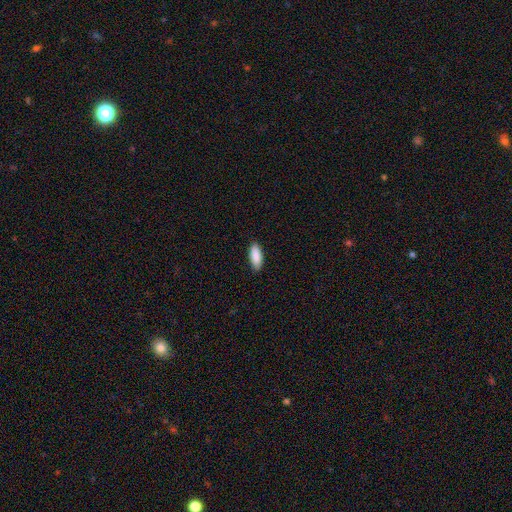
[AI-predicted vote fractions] smooth-or-featured: smooth: 90% | star or artifact: 6% | featured or disk: 4%
  how-rounded: in between: 77% | cigar-shaped: 21% | round: 2%
  merging: none: 87% | minor disturbance: 10% | major disturbance: 2% | merger: 1%